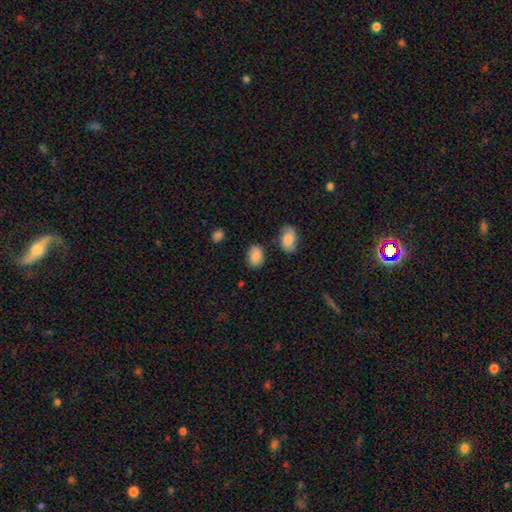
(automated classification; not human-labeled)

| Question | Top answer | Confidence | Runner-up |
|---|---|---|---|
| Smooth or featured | smooth | 84% | star or artifact (9%) |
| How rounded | in between | 75% | round (24%) |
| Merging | none | 76% | minor disturbance (16%) |